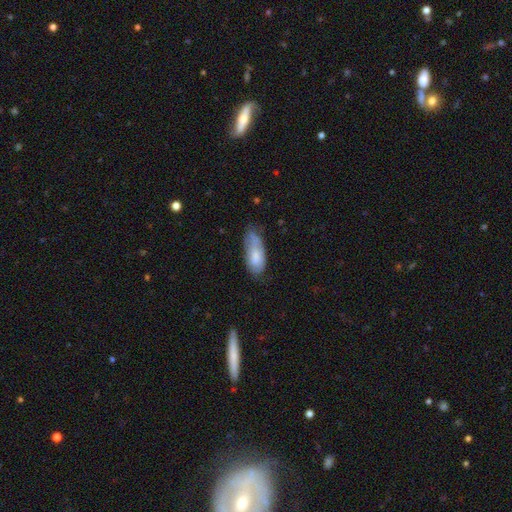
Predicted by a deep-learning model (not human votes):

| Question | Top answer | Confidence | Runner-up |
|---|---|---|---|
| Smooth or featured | smooth | 70% | featured or disk (23%) |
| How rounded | in between | 80% | cigar-shaped (18%) |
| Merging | none | 41% | minor disturbance (39%) |